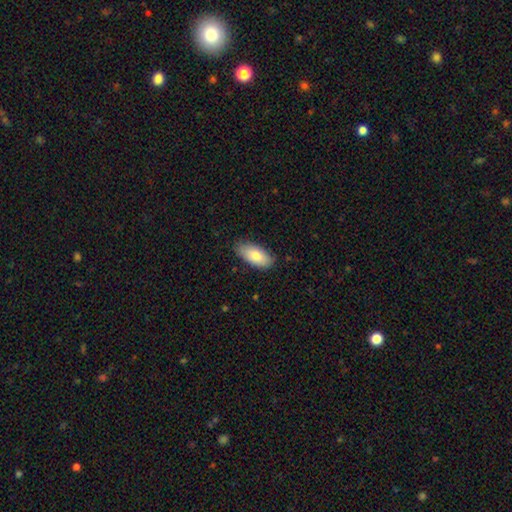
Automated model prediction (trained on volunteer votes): smooth 79%, featured or disk 15%, star or artifact 6%. Down the decision tree: how rounded — in between (90%); merging — none (80%).